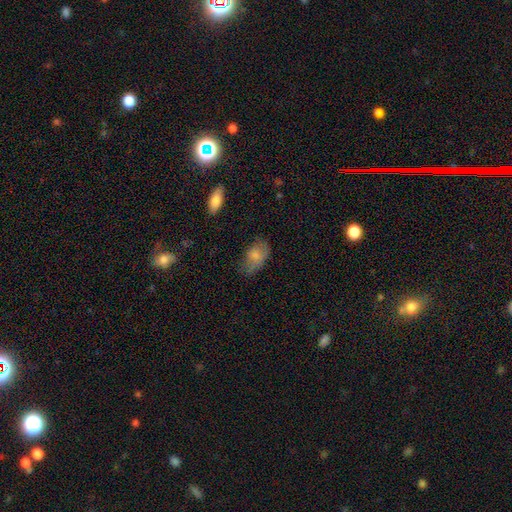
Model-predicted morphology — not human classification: The model was most divided on "merging": none: 60%, minor disturbance: 29%, major disturbance: 9%, merger: 2%. More confident: how rounded — in between (92%); smooth or featured — smooth (77%).